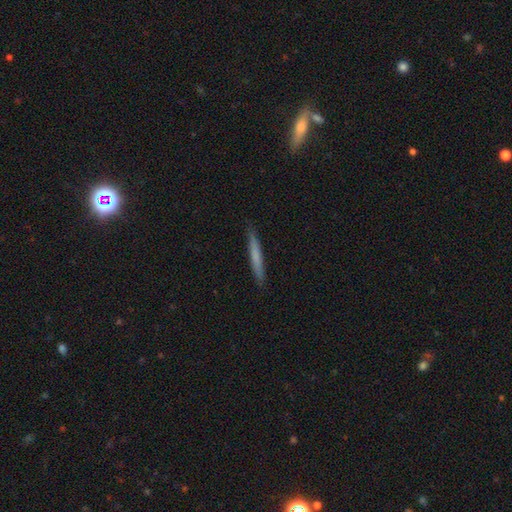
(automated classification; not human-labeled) Morphology: type=smooth (66%); roundness=cigar-shaped (96%); merging=none (89%).